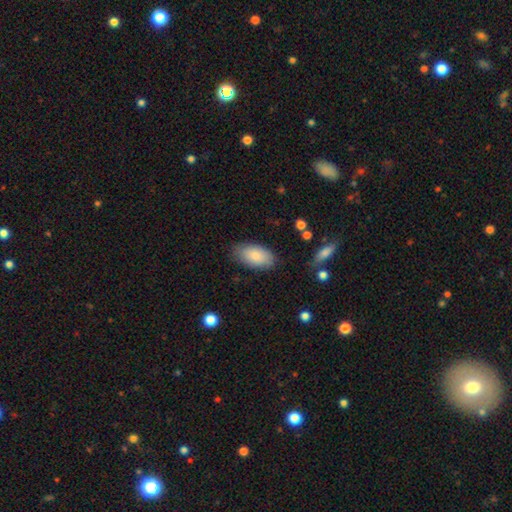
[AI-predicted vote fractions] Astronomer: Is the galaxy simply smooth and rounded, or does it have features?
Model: smooth — 84%.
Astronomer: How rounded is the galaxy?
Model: in between — 94%.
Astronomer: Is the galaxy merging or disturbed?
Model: none — 80%.